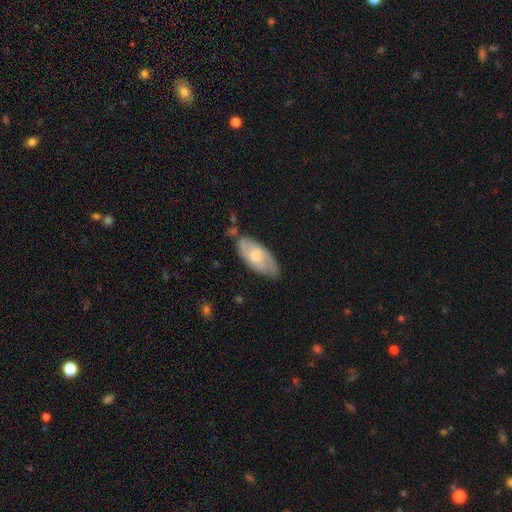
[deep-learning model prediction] smooth-or-featured: smooth: 50% | featured or disk: 44% | star or artifact: 5%
  how-rounded: in between: 87% | cigar-shaped: 10% | round: 2%
  merging: none: 67% | minor disturbance: 24% | major disturbance: 5% | merger: 4%